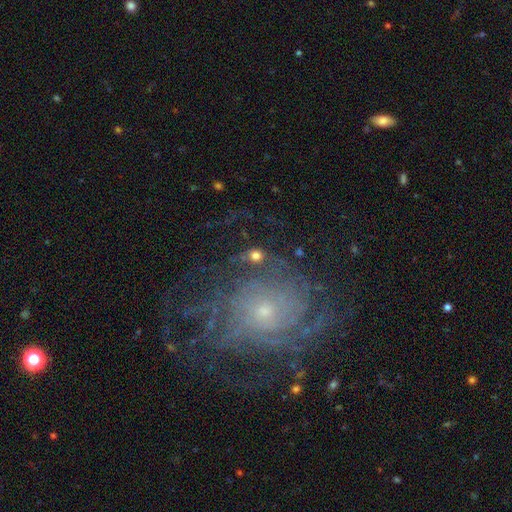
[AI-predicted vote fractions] Smooth or featured?
  - smooth: 50% *
  - featured or disk: 30%
  - star or artifact: 21%
Merging?
  - none: 70% *
  - minor disturbance: 14%
  - major disturbance: 10%
  - merger: 7%